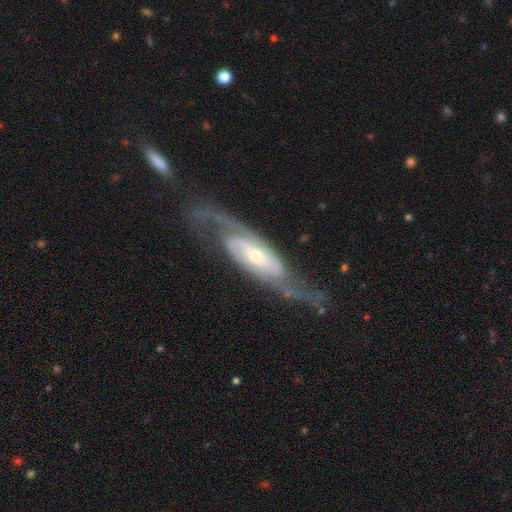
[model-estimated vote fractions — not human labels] The model was most divided on "bar": no: 42%, weak: 34%, strong: 24%. Remaining: spiral arms — yes (97%); edge-on disk — no (90%); smooth or featured — featured or disk (90%); spiral arm count — 2 (87%); merging — none (70%); bulge size — small (58%); spiral winding — medium (46%).